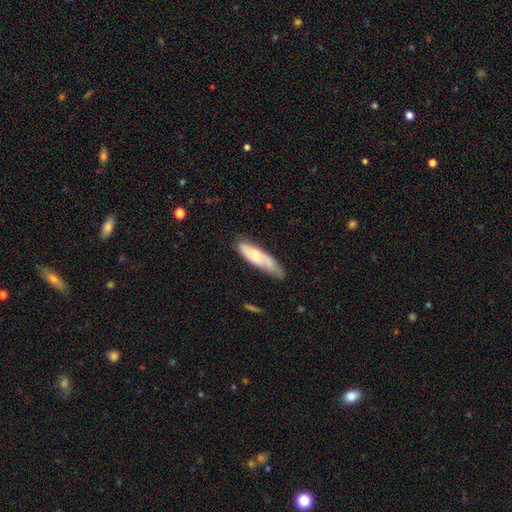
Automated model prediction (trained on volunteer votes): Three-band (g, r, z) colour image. It shows a smooth galaxy with no disk features (55%) that is cigar-shaped (59%). Merging: none (50%).